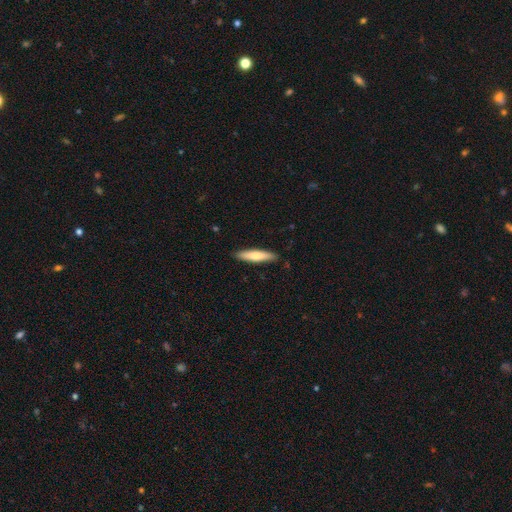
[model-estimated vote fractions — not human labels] smooth 69%, featured or disk 26%, star or artifact 5%. Down the decision tree: how rounded — cigar-shaped (83%); merging — none (89%).